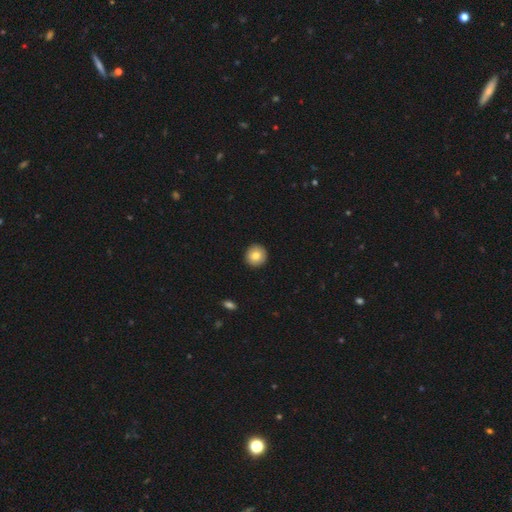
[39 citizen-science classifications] Morphology: type=smooth (87%); roundness=round (97%); merging=none (97%).